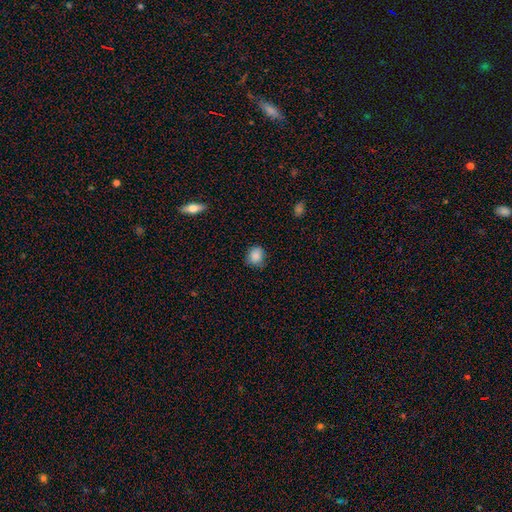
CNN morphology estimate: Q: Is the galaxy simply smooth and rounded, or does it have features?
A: smooth — 87%.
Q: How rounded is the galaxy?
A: round — 72%.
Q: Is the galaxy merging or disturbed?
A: none — 78%.